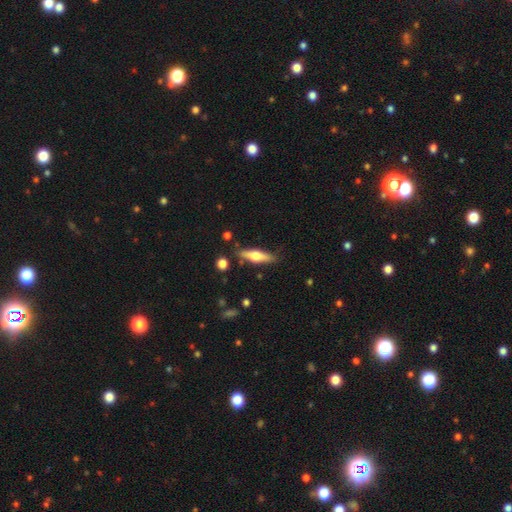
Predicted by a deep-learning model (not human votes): Morphology: type=smooth (48%); merging=none (82%).